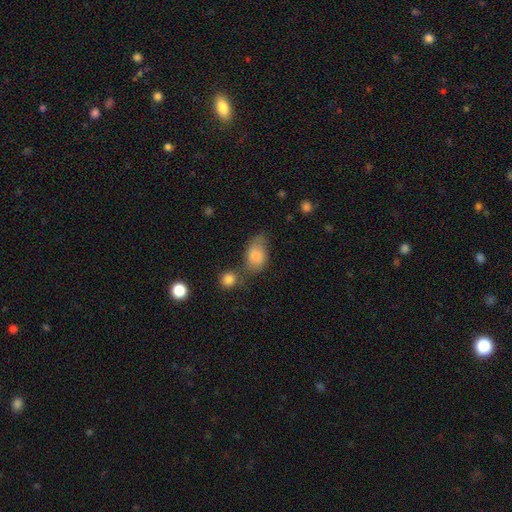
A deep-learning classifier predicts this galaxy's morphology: smooth_or_featured: smooth (p=0.79) [alt: featured or disk p=0.13]
how_rounded: in between (p=0.86) [alt: round p=0.12]
merging: none (p=0.38) [alt: minor disturbance p=0.27]